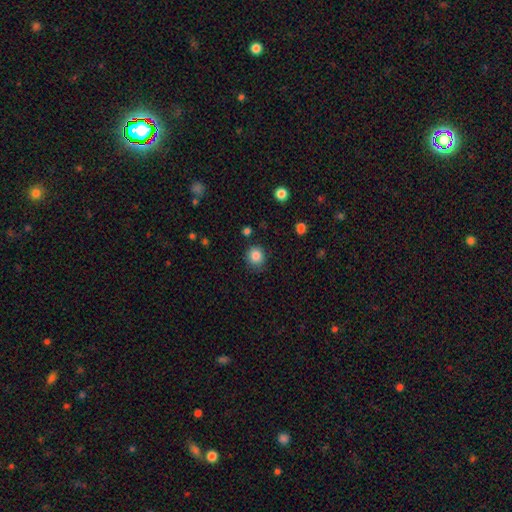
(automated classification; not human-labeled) This appears to be a smooth galaxy with no disk features (86%) that is round (82%). Merging: none (81%).